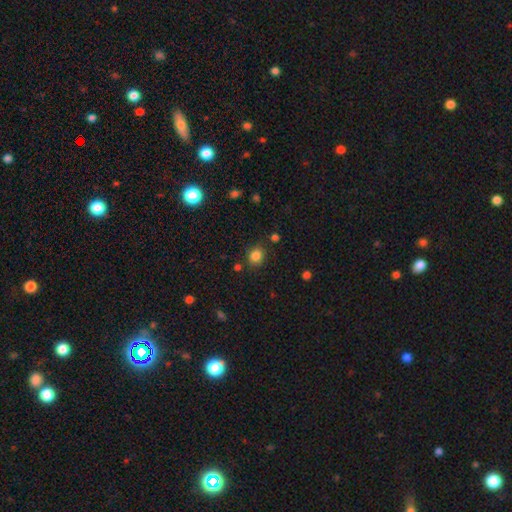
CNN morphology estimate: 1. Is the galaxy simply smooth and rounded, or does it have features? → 83% smooth, 12% star or artifact, 4% featured or disk.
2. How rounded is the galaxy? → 71% round, 28% in between, 1% cigar-shaped.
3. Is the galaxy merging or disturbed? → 81% none, 12% minor disturbance, 4% merger, 4% major disturbance.